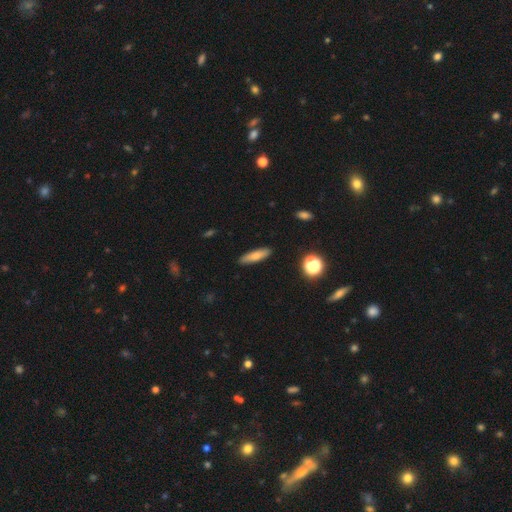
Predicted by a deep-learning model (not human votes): Morphology: type=smooth (75%); roundness=cigar-shaped (70%); merging=none (89%).